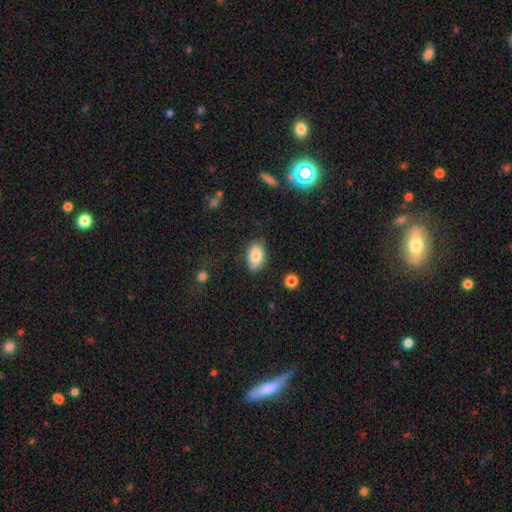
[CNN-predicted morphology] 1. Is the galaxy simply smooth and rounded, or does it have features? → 83% smooth, 10% featured or disk, 7% star or artifact.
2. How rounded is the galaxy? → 91% in between, 7% round, 2% cigar-shaped.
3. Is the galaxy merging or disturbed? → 81% none, 14% minor disturbance, 3% major disturbance, 2% merger.